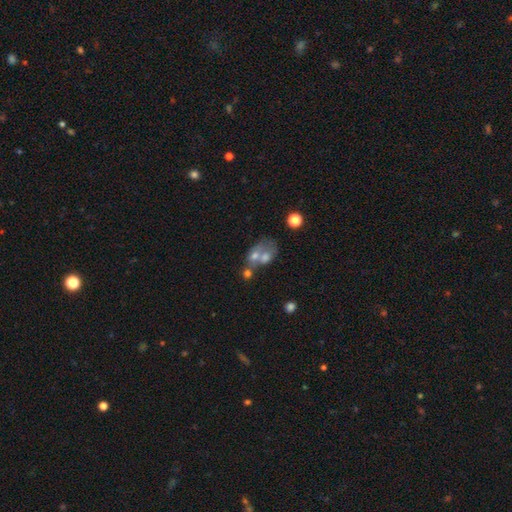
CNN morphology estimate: type=smooth (46%); merging=merger (56%).